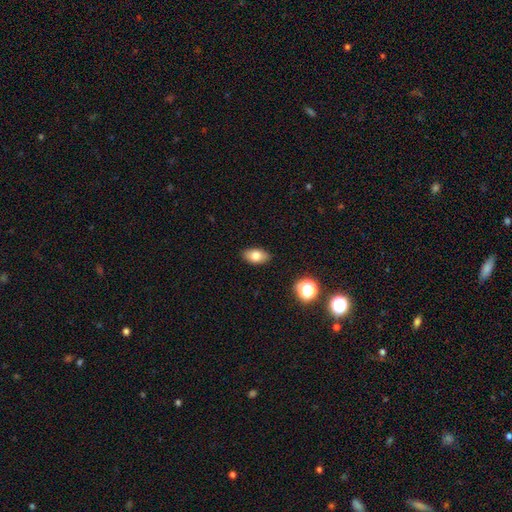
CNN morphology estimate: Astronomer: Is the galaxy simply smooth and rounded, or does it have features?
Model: smooth — 78%.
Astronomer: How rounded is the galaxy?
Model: in between — 90%.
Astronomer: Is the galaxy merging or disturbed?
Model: none — 88%.